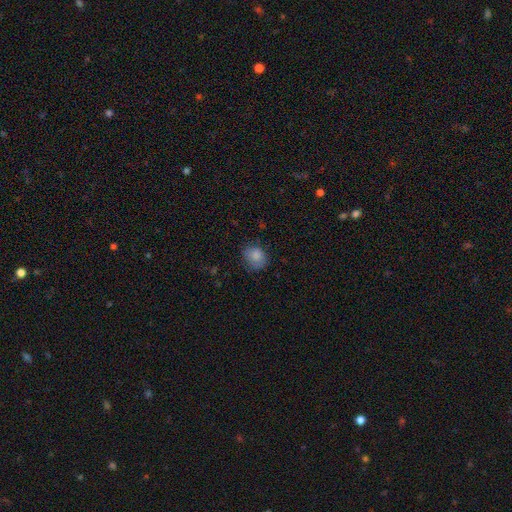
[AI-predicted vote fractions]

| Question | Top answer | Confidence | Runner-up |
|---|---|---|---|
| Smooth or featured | smooth | 84% | star or artifact (9%) |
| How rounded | round | 59% | in between (40%) |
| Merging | none | 68% | minor disturbance (24%) |